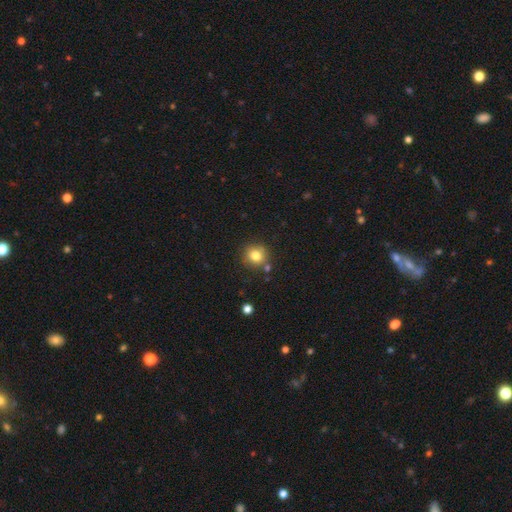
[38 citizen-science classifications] This is clearly a smooth galaxy (84%). How rounded: clearly round (97%). Merging: clearly none (80%).